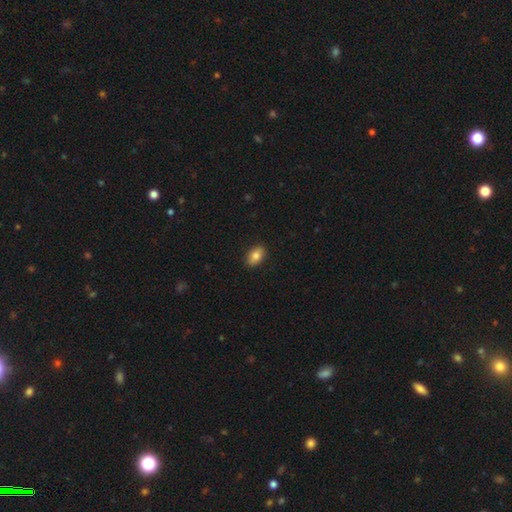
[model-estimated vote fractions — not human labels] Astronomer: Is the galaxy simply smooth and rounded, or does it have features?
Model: smooth — 82%.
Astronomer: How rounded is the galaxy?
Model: in between — 88%.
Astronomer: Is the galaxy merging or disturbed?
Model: none — 88%.